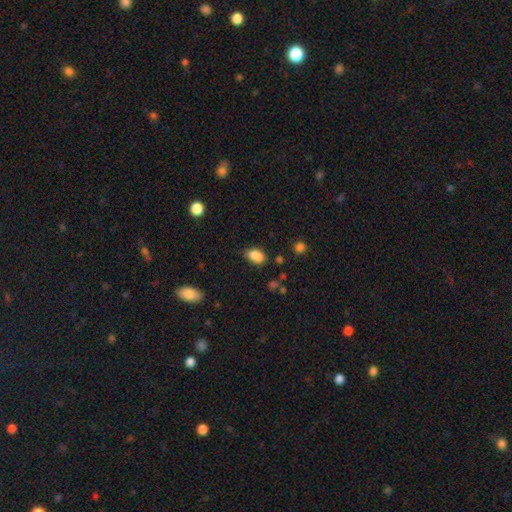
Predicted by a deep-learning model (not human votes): smooth 85%, star or artifact 10%, featured or disk 5%. Down the decision tree: how rounded — in between (86%); merging — none (62%).